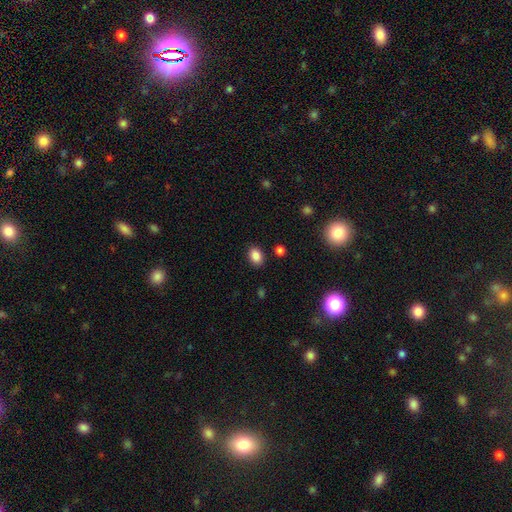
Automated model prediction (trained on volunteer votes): smooth_or_featured: smooth (p=0.86) [alt: star or artifact p=0.10]
how_rounded: in between (p=0.75) [alt: round p=0.24]
merging: none (p=0.87) [alt: minor disturbance p=0.09]